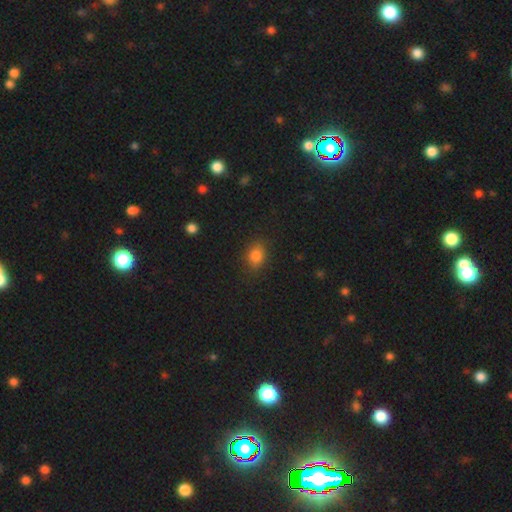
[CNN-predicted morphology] smooth_or_featured: smooth (p=0.83) [alt: star or artifact p=0.12]
how_rounded: in between (p=0.58) [alt: round p=0.41]
merging: none (p=0.84) [alt: minor disturbance p=0.12]